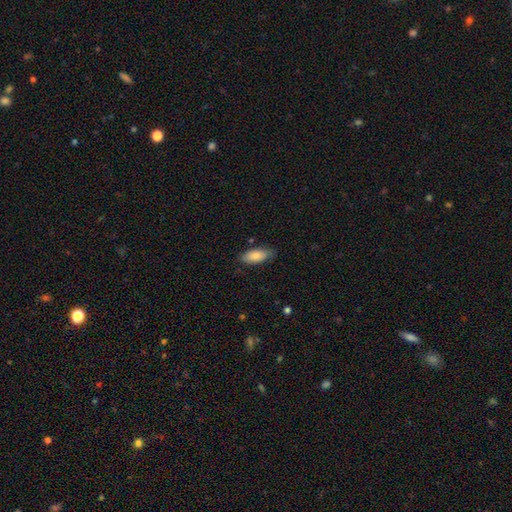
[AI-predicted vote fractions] Smooth or featured? smooth (80%)
How rounded? in between (86%)
Merging? none (77%)